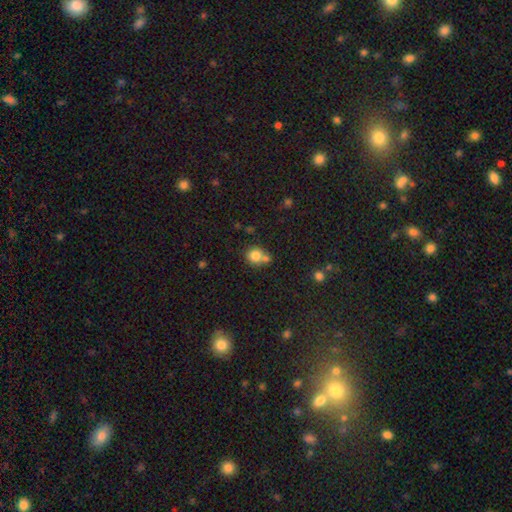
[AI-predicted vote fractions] The model was most divided on "merging": none: 49%, merger: 37%, minor disturbance: 10%, major disturbance: 4%. More confident: how rounded — round (82%); smooth or featured — smooth (80%).